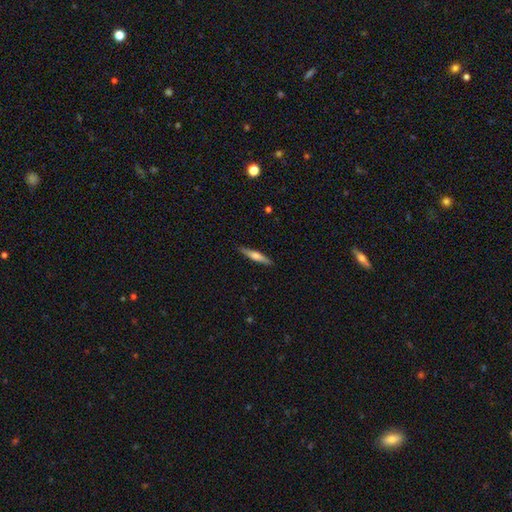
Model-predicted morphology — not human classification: The model was most divided on "smooth or featured": smooth: 48%, featured or disk: 47%, star or artifact: 6%. More confident: merging — none (90%).